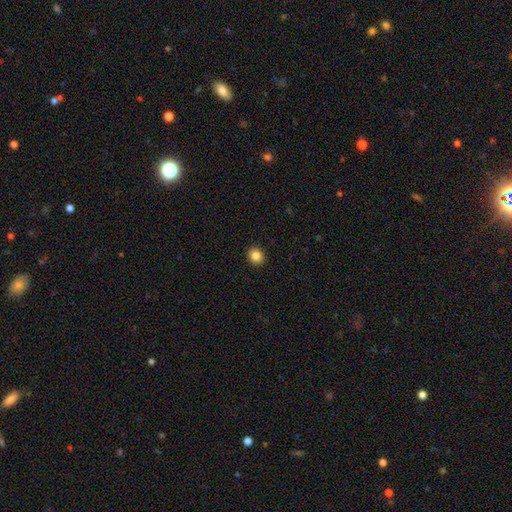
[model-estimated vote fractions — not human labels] Morphology: type=smooth (84%); roundness=round (78%); merging=none (93%).